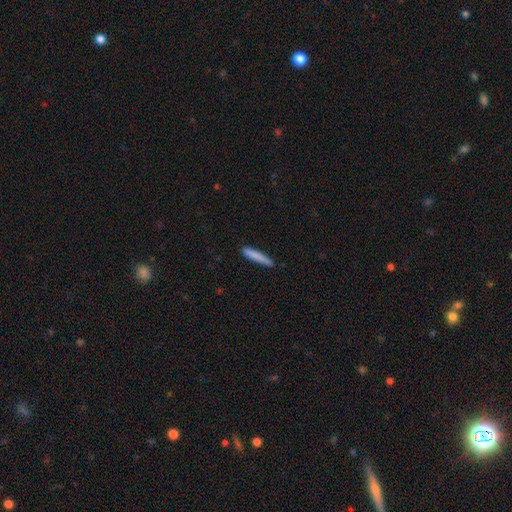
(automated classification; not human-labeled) Smooth or featured?
  - smooth: 82% *
  - featured or disk: 12%
  - star or artifact: 6%
How rounded?
  - cigar-shaped: 93% *
  - in between: 6%
  - round: 1%
Merging?
  - none: 85% *
  - minor disturbance: 11%
  - major disturbance: 2%
  - merger: 1%